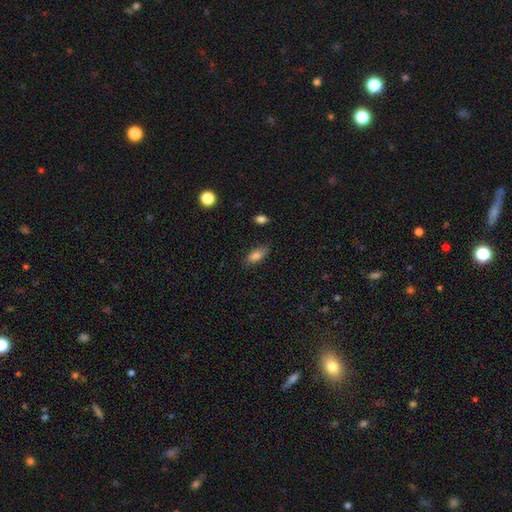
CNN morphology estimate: The model was most divided on "merging": none: 76%, minor disturbance: 18%, major disturbance: 4%, merger: 2%. More confident: how rounded — in between (83%); smooth or featured — smooth (83%).